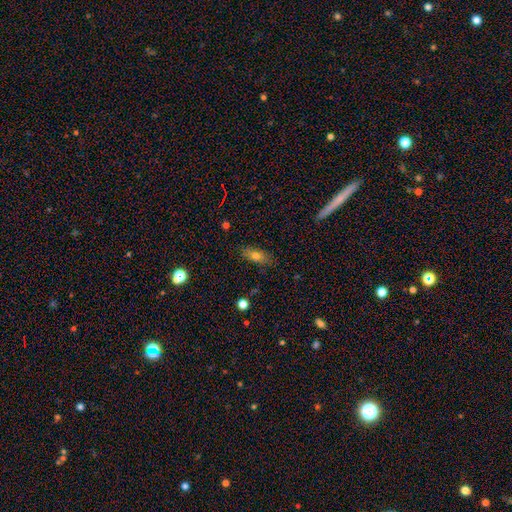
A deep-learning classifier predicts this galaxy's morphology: Smooth or featured?
  - smooth: 71% *
  - featured or disk: 19%
  - star or artifact: 11%
How rounded?
  - in between: 72% *
  - cigar-shaped: 21%
  - round: 6%
Merging?
  - none: 83% *
  - minor disturbance: 13%
  - major disturbance: 3%
  - merger: 1%